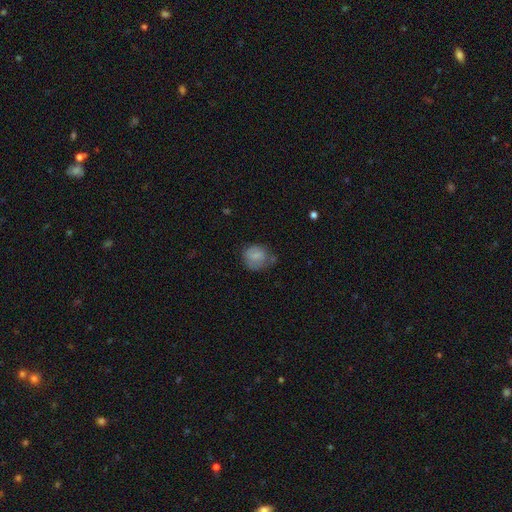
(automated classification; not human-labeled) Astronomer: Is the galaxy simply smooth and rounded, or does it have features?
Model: smooth — 69%.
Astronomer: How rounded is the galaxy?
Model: round — 72%.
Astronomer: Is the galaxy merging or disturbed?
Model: none — 48% (runner-up: minor disturbance, 32%).